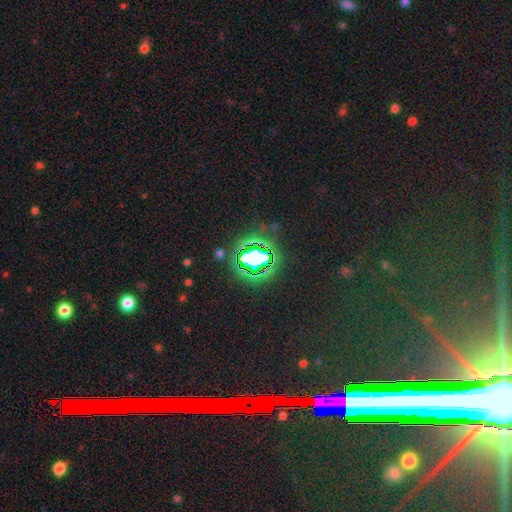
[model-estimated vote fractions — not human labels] A star or artifact, not a galaxy (69%).